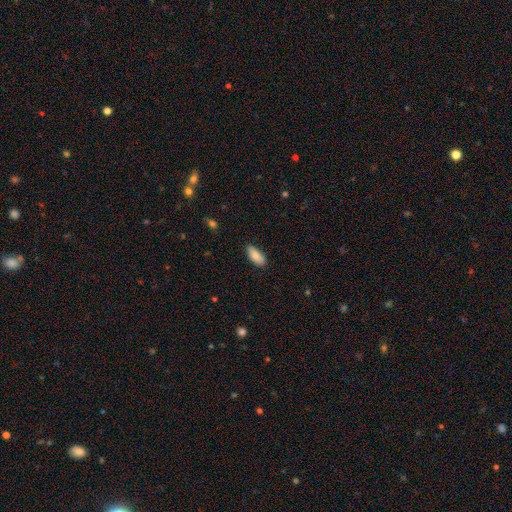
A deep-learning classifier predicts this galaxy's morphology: smooth_or_featured: smooth (p=0.83) [alt: featured or disk p=0.11]
how_rounded: in between (p=0.84) [alt: cigar-shaped p=0.14]
merging: none (p=0.81) [alt: minor disturbance p=0.15]